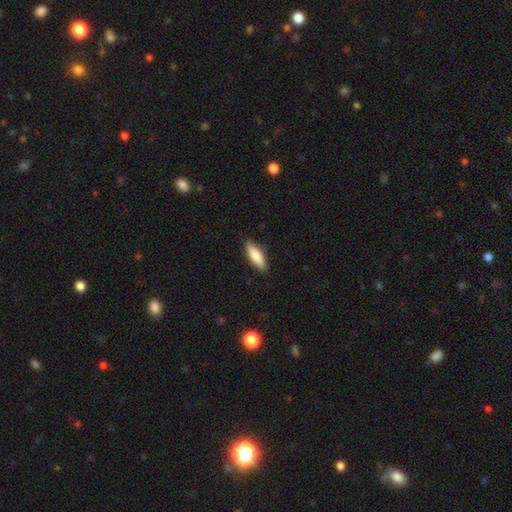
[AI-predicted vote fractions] The model was most divided on "how rounded": in between: 54%, cigar-shaped: 44%, round: 2%. More confident: merging — none (86%); smooth or featured — smooth (81%).